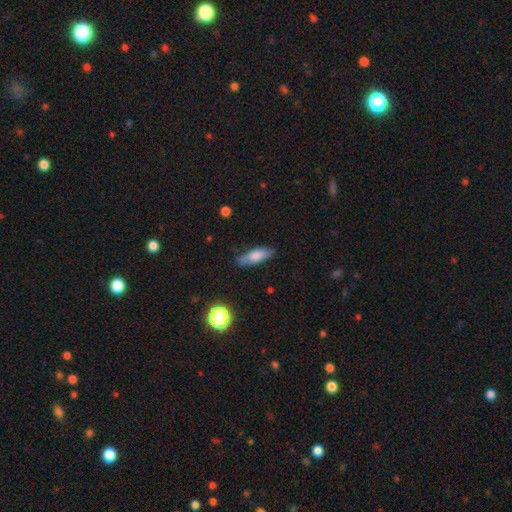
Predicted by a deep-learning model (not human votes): Smooth or featured? Predicted: smooth (p=0.68). How rounded? Predicted: in between (p=0.50). Merging? Predicted: none (p=0.81).